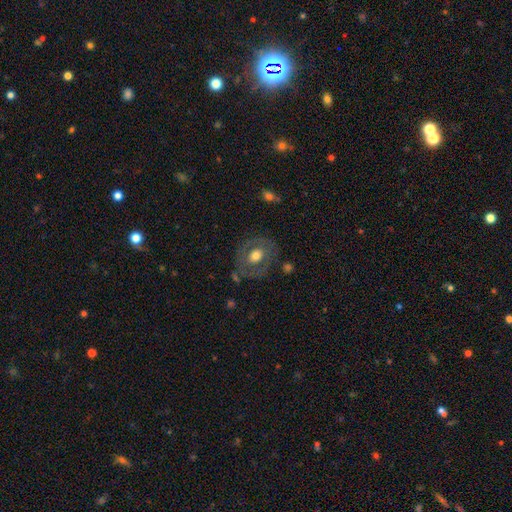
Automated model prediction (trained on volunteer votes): Smooth or featured? Predicted: smooth (p=0.51). How rounded? Predicted: round (p=0.58). Merging? Predicted: none (p=0.76).